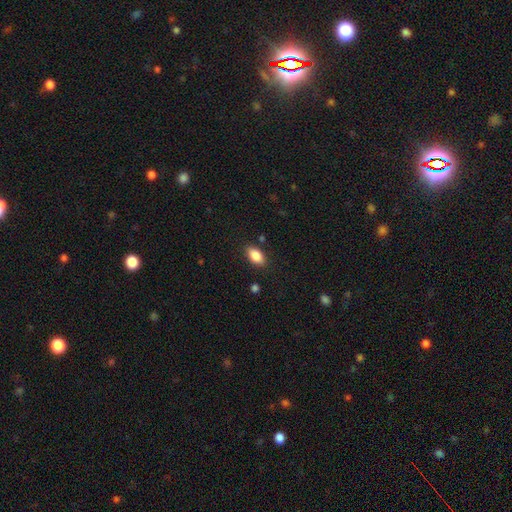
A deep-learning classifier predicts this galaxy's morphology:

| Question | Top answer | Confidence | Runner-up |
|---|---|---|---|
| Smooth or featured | smooth | 86% | star or artifact (8%) |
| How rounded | in between | 91% | round (5%) |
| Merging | none | 86% | minor disturbance (10%) |